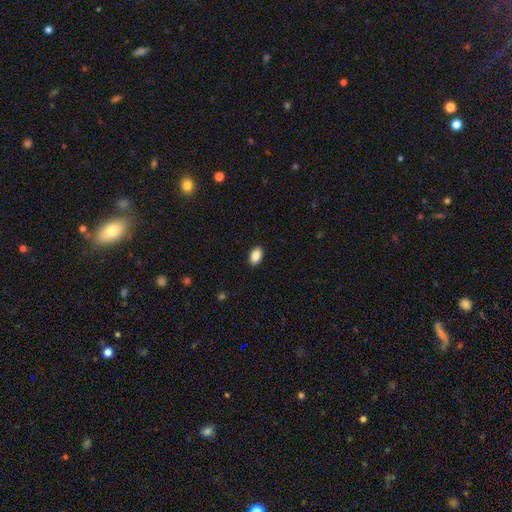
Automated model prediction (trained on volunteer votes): The model was most divided on "smooth or featured": smooth: 88%, star or artifact: 8%, featured or disk: 5%. More confident: how rounded — in between (92%); merging — none (90%).